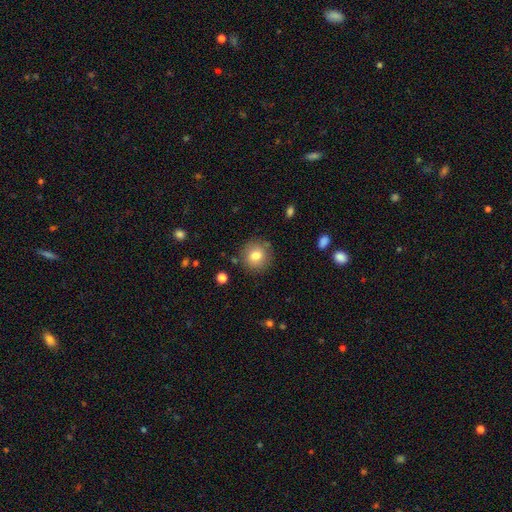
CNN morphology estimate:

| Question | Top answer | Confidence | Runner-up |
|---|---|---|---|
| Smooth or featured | smooth | 79% | featured or disk (11%) |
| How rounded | round | 90% | in between (9%) |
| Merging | none | 85% | minor disturbance (10%) |